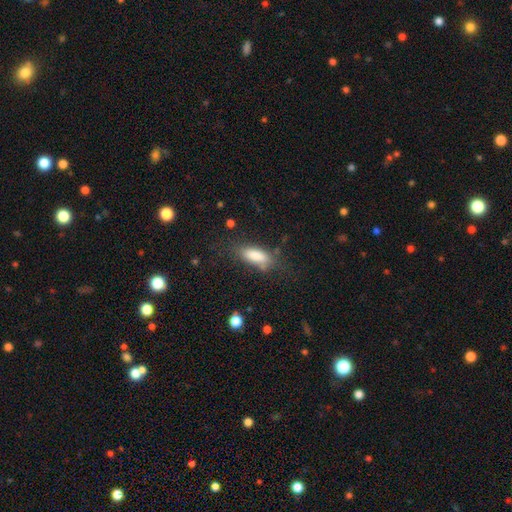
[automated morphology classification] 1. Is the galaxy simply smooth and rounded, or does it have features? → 83% smooth, 10% featured or disk, 8% star or artifact.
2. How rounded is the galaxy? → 77% in between, 21% cigar-shaped, 2% round.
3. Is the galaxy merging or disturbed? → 64% none, 22% minor disturbance, 10% major disturbance, 4% merger.